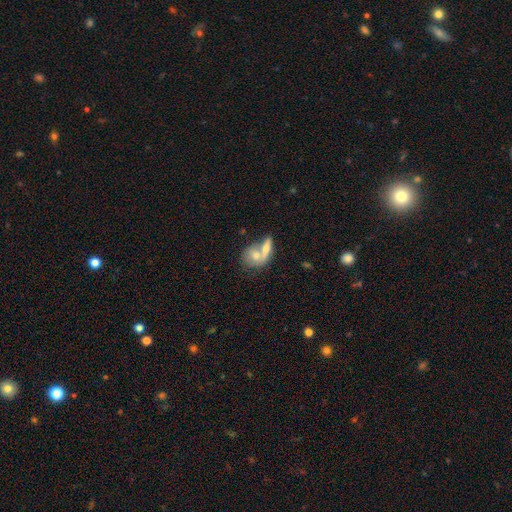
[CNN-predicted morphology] Overall: smooth (66%; featured or disk 28%). How rounded: in between (48%; round 43%). Merging: merger (58%; none 28%).